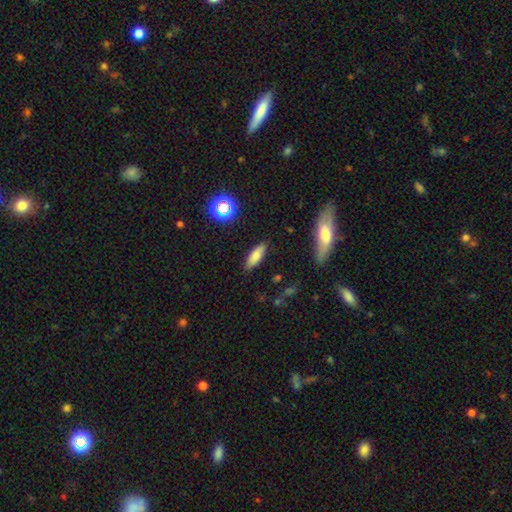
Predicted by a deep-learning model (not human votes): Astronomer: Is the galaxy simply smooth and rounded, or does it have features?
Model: smooth — 77%.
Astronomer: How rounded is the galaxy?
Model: in between — 62%.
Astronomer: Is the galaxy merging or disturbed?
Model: none — 84%.